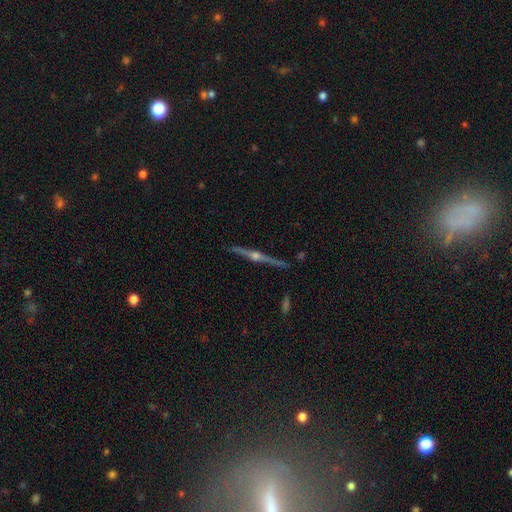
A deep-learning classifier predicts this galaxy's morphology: The model was most divided on "smooth or featured": featured or disk: 83%, smooth: 9%, star or artifact: 8%. More confident: edge-on disk — yes (97%); edge-on bulge — rounded (92%); merging — none (88%).